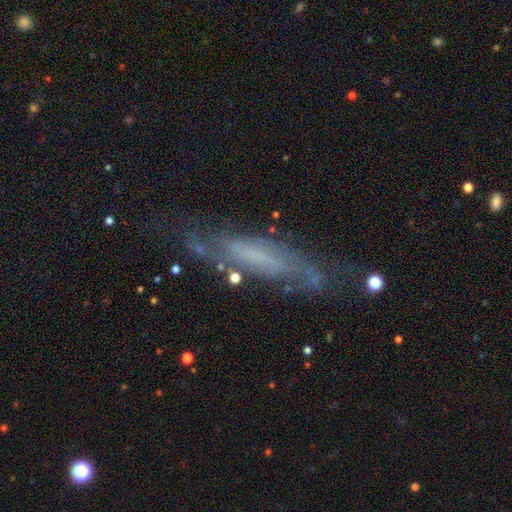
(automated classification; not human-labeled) smooth-or-featured: featured or disk: 72% | smooth: 19% | star or artifact: 9%
  disk-edge-on: no: 64% | yes: 36%
  merging: none: 66% | minor disturbance: 21% | major disturbance: 10% | merger: 3%